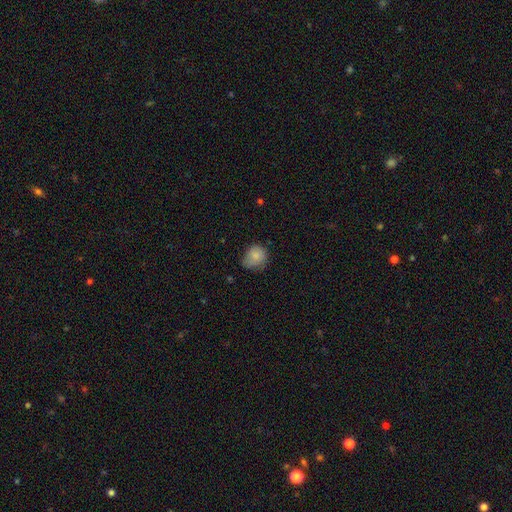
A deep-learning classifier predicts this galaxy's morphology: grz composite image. It shows a smooth galaxy with no disk features (80%) that is round (72%). Merging: none (50%).